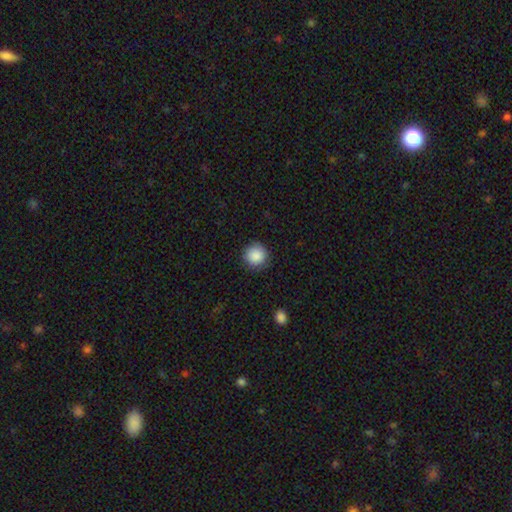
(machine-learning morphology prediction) Smooth or featured? Predicted: smooth (p=0.88). How rounded? Predicted: round (p=0.95). Merging? Predicted: none (p=0.89).